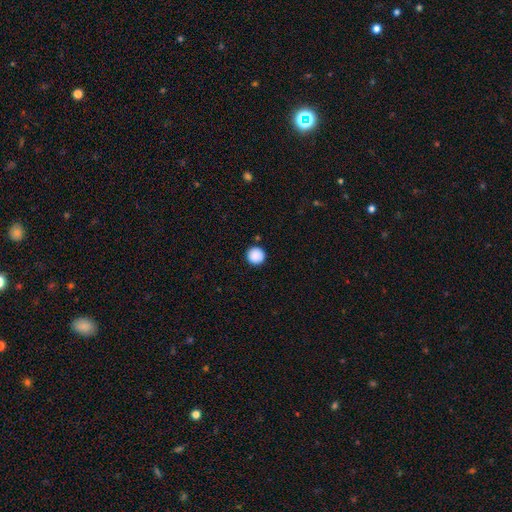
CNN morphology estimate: Smooth or featured?
  - smooth: 89% *
  - star or artifact: 9%
  - featured or disk: 2%
How rounded?
  - round: 96% *
  - in between: 3%
  - cigar-shaped: 1%
Merging?
  - none: 92% *
  - minor disturbance: 5%
  - major disturbance: 2%
  - merger: 1%